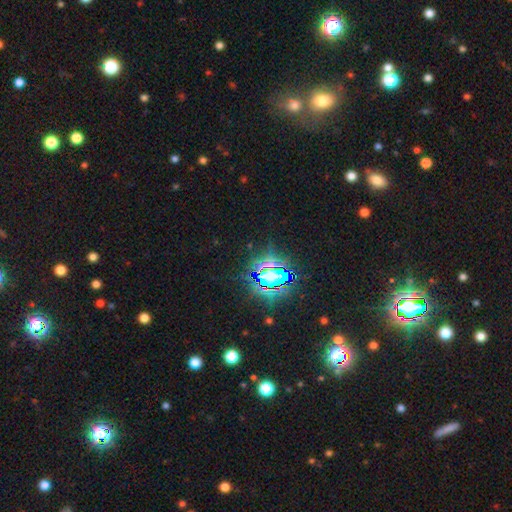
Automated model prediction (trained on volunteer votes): star or artifact 82%, smooth 10%, featured or disk 8%.